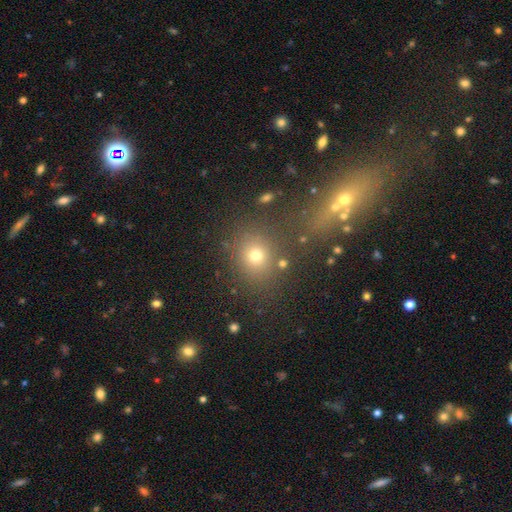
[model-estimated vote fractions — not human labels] A smooth galaxy with no disk features (68%) that is round (70%). Merging: none (74%).